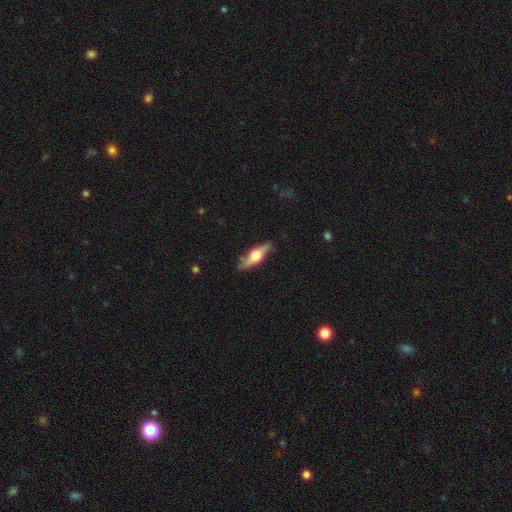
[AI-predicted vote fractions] A featured or disk galaxy (54%) viewed edge-on (87%). Merging: none (82%).